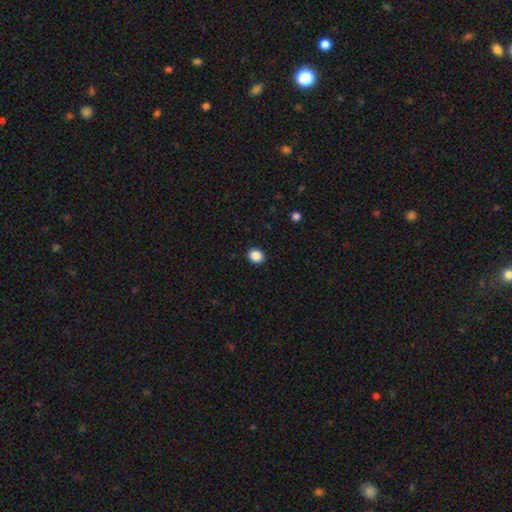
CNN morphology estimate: The model was most divided on "how rounded": round: 69%, in between: 30%, cigar-shaped: 1%. More confident: merging — none (92%); smooth or featured — smooth (88%).